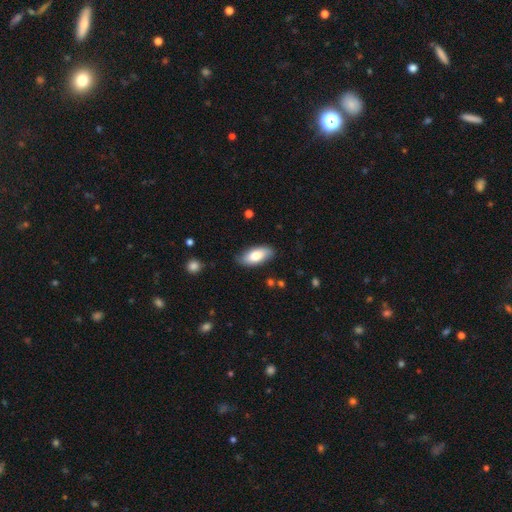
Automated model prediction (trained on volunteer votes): smooth_or_featured: smooth (p=0.79) [alt: featured or disk p=0.15]
how_rounded: in between (p=0.88) [alt: cigar-shaped p=0.09]
merging: none (p=0.82) [alt: minor disturbance p=0.14]